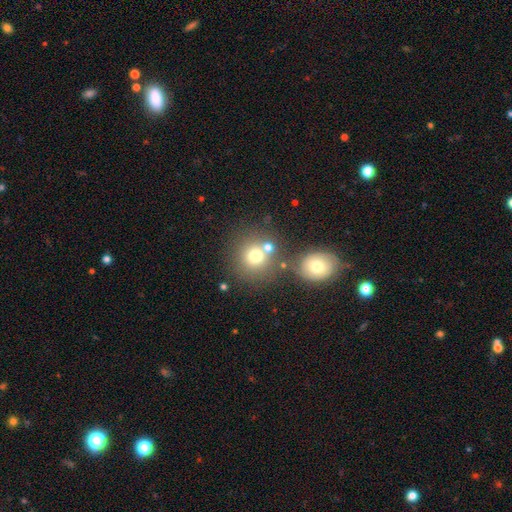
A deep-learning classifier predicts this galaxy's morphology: This appears to be a smooth galaxy with no disk features (73%) that is round (90%). Merging: none (61%).